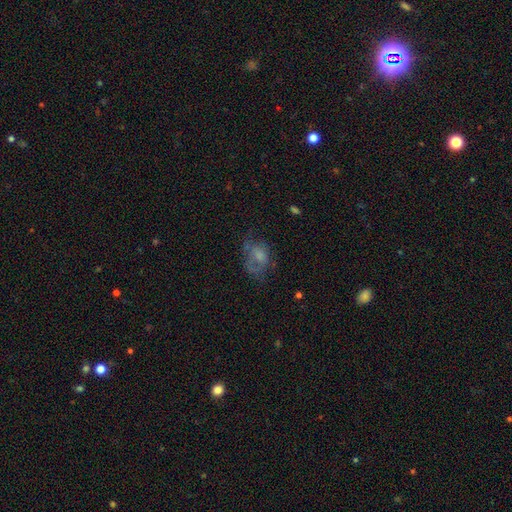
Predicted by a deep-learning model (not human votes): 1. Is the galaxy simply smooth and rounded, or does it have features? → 40% smooth, 39% featured or disk, 21% star or artifact.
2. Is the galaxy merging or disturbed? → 49% none, 25% major disturbance, 23% minor disturbance, 3% merger.